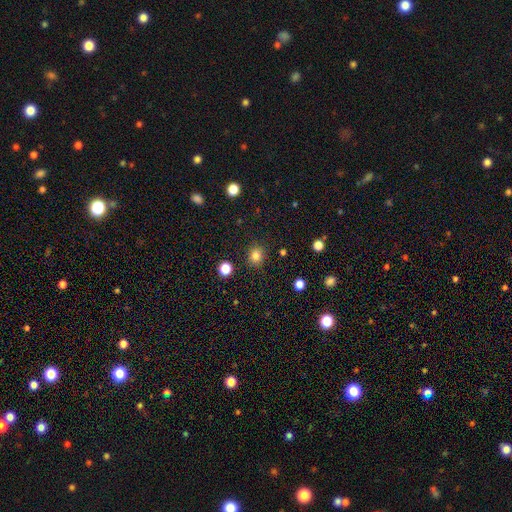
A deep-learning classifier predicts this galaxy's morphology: A smooth galaxy with no disk features (82%) that is round (81%). Merging: none (89%).